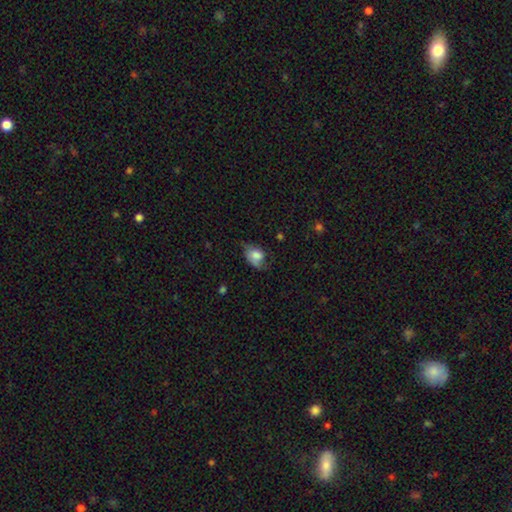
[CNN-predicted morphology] Smooth or featured? smooth (71%)
How rounded? in between (74%)
Merging? none (45%)